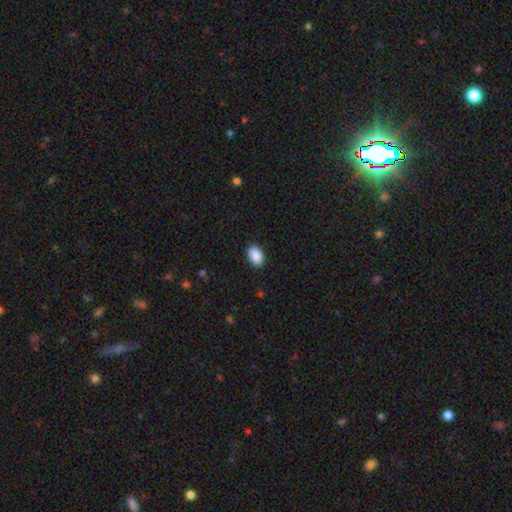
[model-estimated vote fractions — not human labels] smooth_or_featured: smooth (p=0.90) [alt: star or artifact p=0.07]
how_rounded: in between (p=0.90) [alt: round p=0.09]
merging: none (p=0.88) [alt: minor disturbance p=0.09]